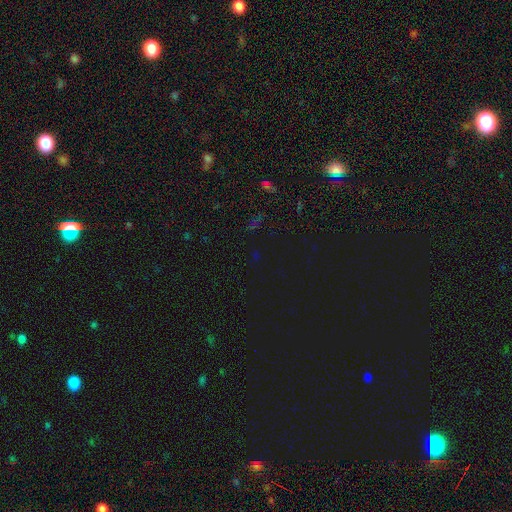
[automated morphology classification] smooth_or_featured: star or artifact (p=0.77) [alt: smooth p=0.15]